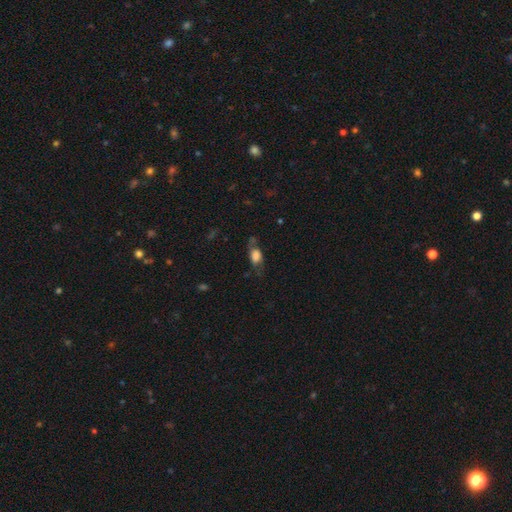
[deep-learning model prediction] Overall: smooth (67%). How rounded: in between (80%). Merging: none (47%; minor disturbance 28%).